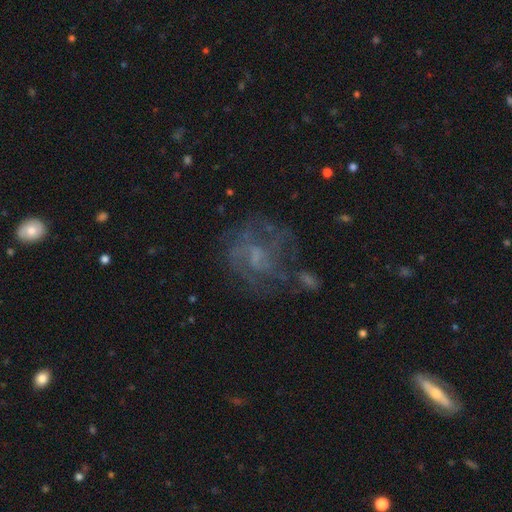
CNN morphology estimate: type=featured or disk (65%); edge-on=no (97%); bar=no (55%); spiral arms=yes (69%); bulge=small (41%); merging=none (56%).